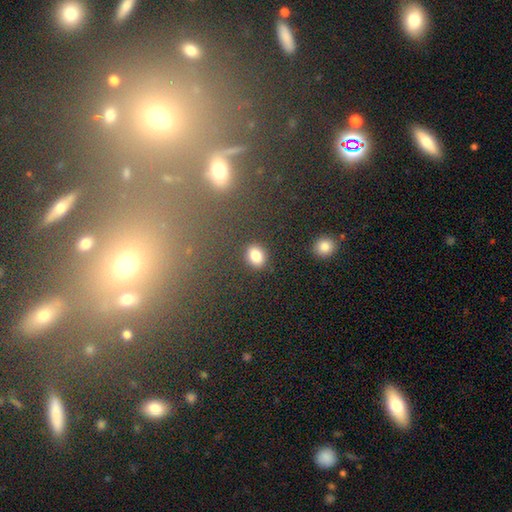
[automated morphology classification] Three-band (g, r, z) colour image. It shows a smooth galaxy with no disk features (83%) that is in between round and cigar-shaped (51%). Merging: none (86%).